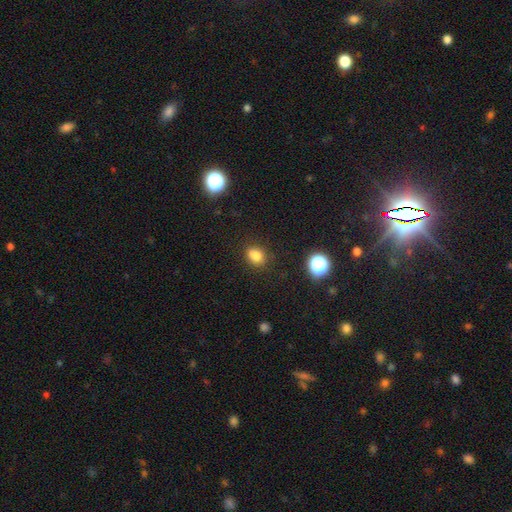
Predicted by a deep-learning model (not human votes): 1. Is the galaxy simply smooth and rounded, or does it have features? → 79% smooth, 14% star or artifact, 7% featured or disk.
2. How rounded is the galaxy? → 53% in between, 46% round, 1% cigar-shaped.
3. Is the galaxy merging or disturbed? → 77% none, 14% minor disturbance, 5% merger, 4% major disturbance.